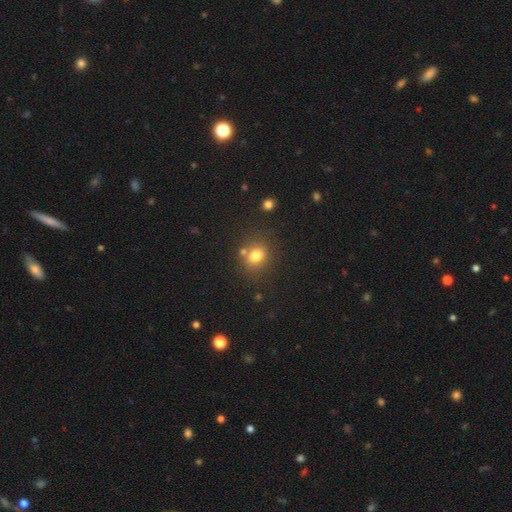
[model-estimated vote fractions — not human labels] A smooth galaxy with no disk features (77%) that is round (63%).

Vote fractions:
- Smooth or featured? smooth: 77% / star or artifact: 14% / featured or disk: 9%
- How rounded? round: 63% / in between: 36% / cigar-shaped: 1%
- Merging? none: 69% / merger: 15% / minor disturbance: 12% / major disturbance: 4%